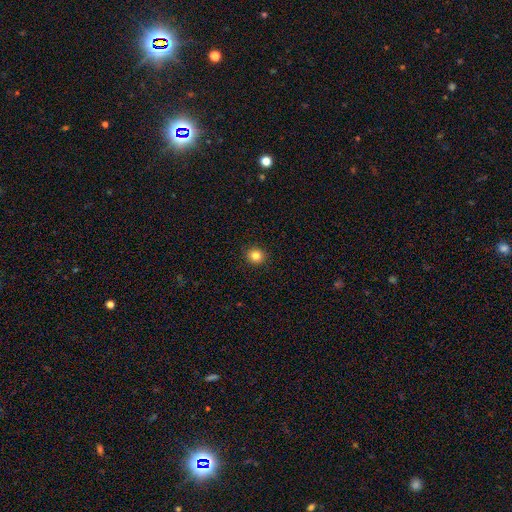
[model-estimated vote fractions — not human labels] Smooth or featured: smooth — 83% (star or artifact — 11%)
How rounded: round — 89% (in between — 10%)
Merging: none — 92% (minor disturbance — 5%)